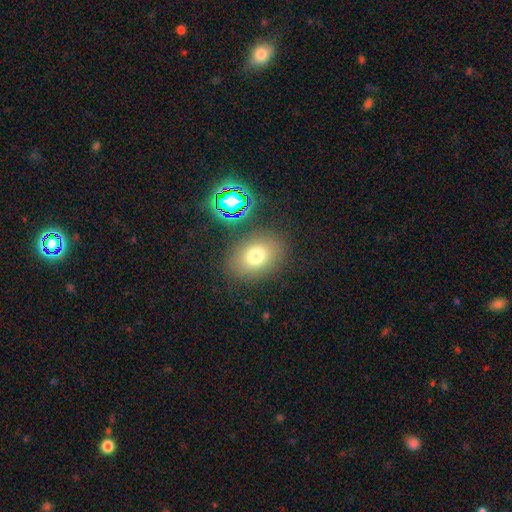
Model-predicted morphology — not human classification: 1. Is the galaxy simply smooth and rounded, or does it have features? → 73% smooth, 15% star or artifact, 11% featured or disk.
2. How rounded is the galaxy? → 68% in between, 31% round, 1% cigar-shaped.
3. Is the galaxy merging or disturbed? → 83% none, 10% minor disturbance, 4% major disturbance, 3% merger.